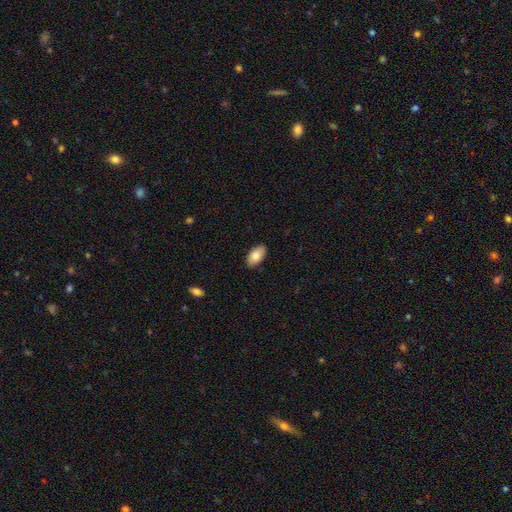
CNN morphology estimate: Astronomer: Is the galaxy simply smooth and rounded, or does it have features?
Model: smooth — 83%.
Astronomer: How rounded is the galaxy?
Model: in between — 95%.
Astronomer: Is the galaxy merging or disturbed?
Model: none — 88%.